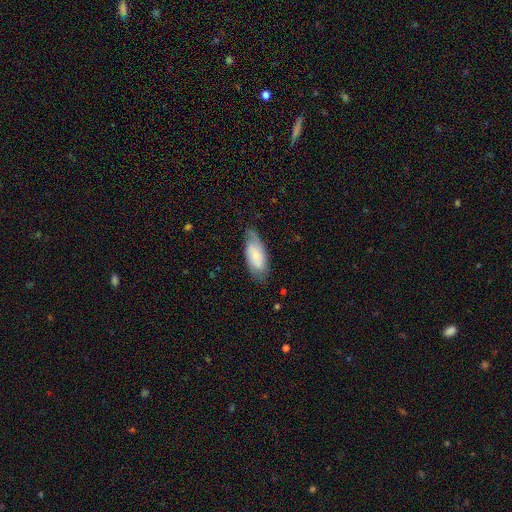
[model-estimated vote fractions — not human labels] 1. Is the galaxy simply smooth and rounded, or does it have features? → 56% smooth, 37% featured or disk, 6% star or artifact.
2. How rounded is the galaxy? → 84% in between, 14% cigar-shaped, 2% round.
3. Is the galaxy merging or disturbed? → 68% none, 24% minor disturbance, 6% major disturbance, 1% merger.